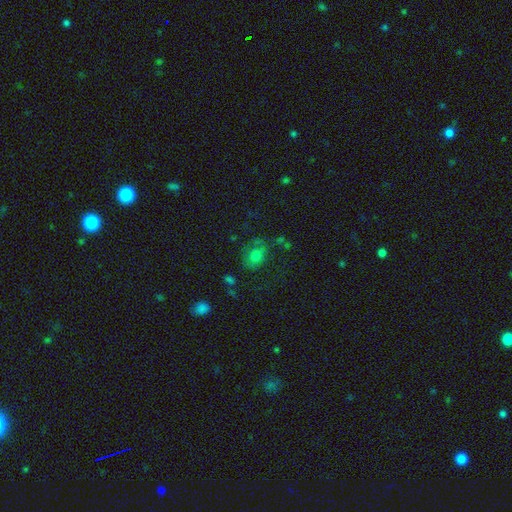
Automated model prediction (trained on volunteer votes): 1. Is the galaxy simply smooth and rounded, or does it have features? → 63% smooth, 20% star or artifact, 17% featured or disk.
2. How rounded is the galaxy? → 57% in between, 42% round, 1% cigar-shaped.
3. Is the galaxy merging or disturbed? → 56% none, 23% minor disturbance, 16% major disturbance, 5% merger.